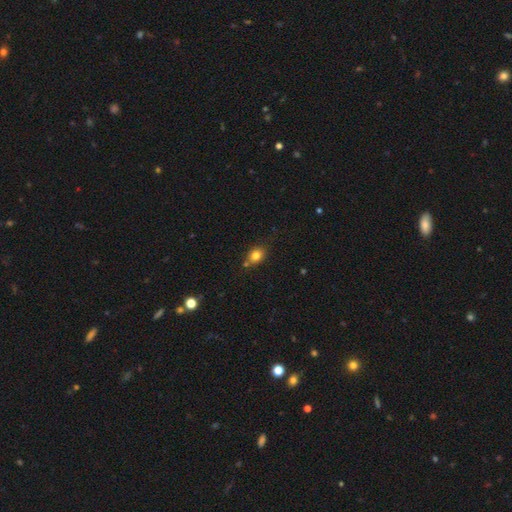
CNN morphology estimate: smooth_or_featured: smooth (p=0.81) [alt: star or artifact p=0.11]
how_rounded: in between (p=0.51) [alt: round p=0.48]
merging: none (p=0.69) [alt: minor disturbance p=0.17]